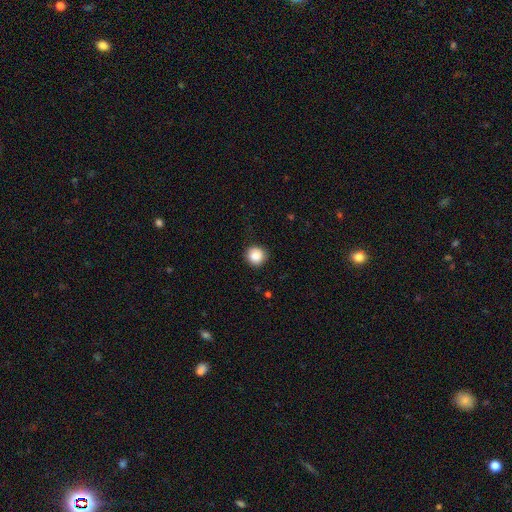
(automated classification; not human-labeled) This appears to be a smooth galaxy with no disk features (88%) that is round (93%). Merging: none (89%).